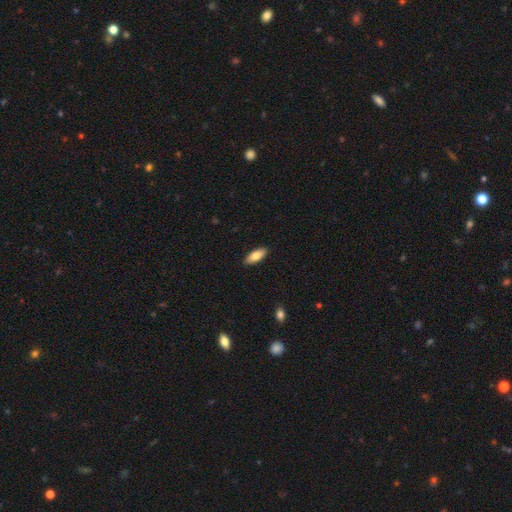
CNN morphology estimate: A smooth galaxy with no disk features (77%) that is in between round and cigar-shaped (76%). Merging: none (90%).